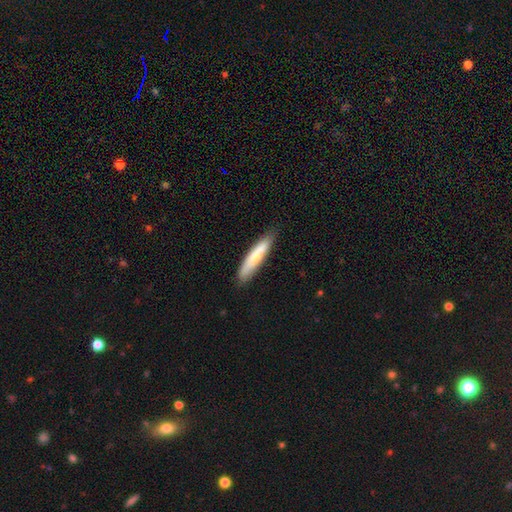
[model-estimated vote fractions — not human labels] A smooth galaxy with no disk features (71%) that is cigar-shaped (87%). Merging: none (83%).